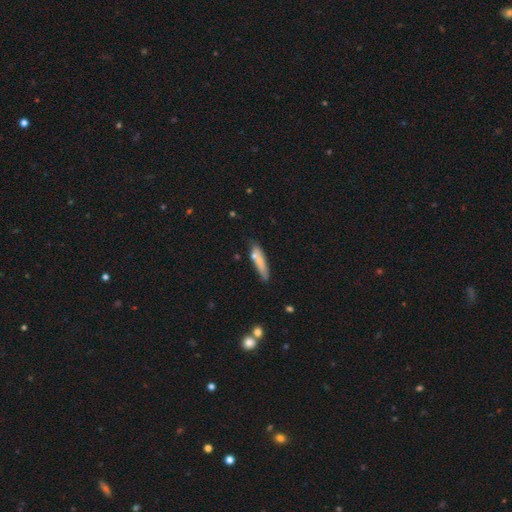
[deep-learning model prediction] Smooth or featured? Predicted: smooth (p=0.68). How rounded? Predicted: cigar-shaped (p=0.84). Merging? Predicted: none (p=0.69).